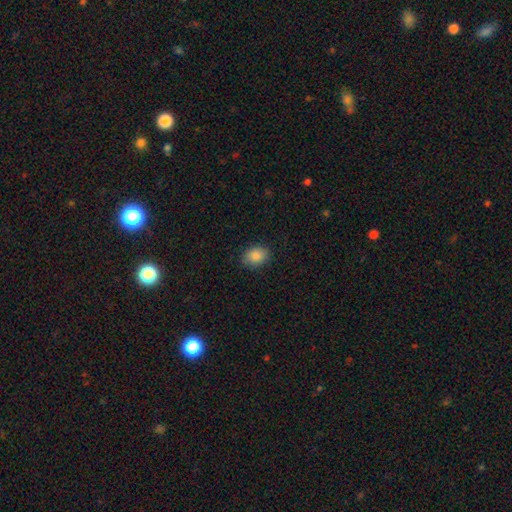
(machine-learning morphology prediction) A smooth galaxy with no disk features (88%) that is in between round and cigar-shaped (72%).

Vote fractions:
- Smooth or featured? smooth: 88% / star or artifact: 8% / featured or disk: 4%
- How rounded? in between: 72% / round: 27% / cigar-shaped: 1%
- Merging? none: 87% / minor disturbance: 10% / major disturbance: 2% / merger: 1%